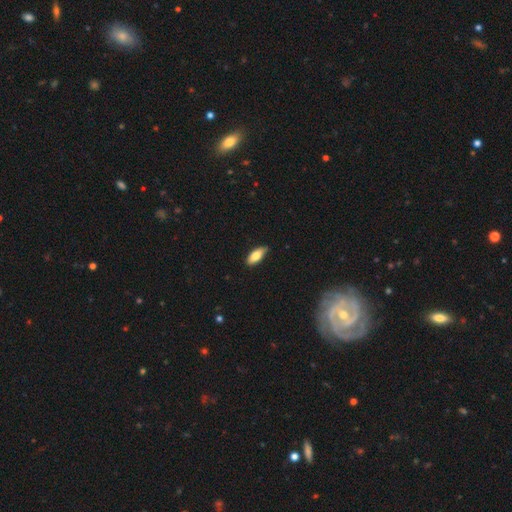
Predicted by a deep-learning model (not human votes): Smooth or featured? Predicted: smooth (p=0.78). How rounded? Predicted: in between (p=0.79). Merging? Predicted: none (p=0.77).